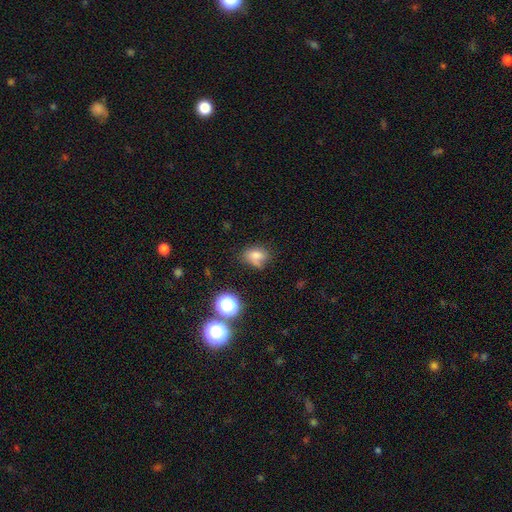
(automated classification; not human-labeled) This appears to be a smooth galaxy with no disk features (74%) that is in between round and cigar-shaped (65%). Merging: none (52%).